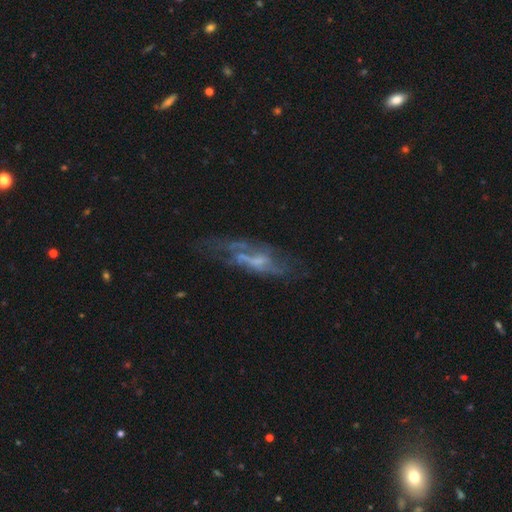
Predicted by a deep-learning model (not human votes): featured or disk 61%, smooth 23%, star or artifact 15%. Down the decision tree: edge-on disk — no (69%); merging — none (53%).